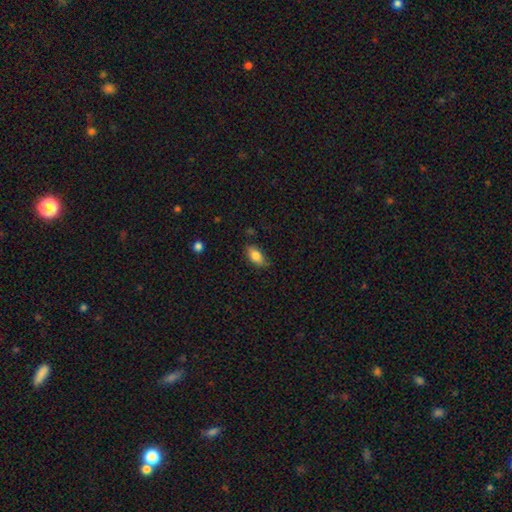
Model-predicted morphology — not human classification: A smooth galaxy with no disk features (82%) that is in between round and cigar-shaped (88%).

Vote fractions:
- Smooth or featured? smooth: 82% / featured or disk: 10% / star or artifact: 8%
- How rounded? in between: 88% / cigar-shaped: 6% / round: 5%
- Merging? none: 76% / minor disturbance: 19% / major disturbance: 3% / merger: 2%